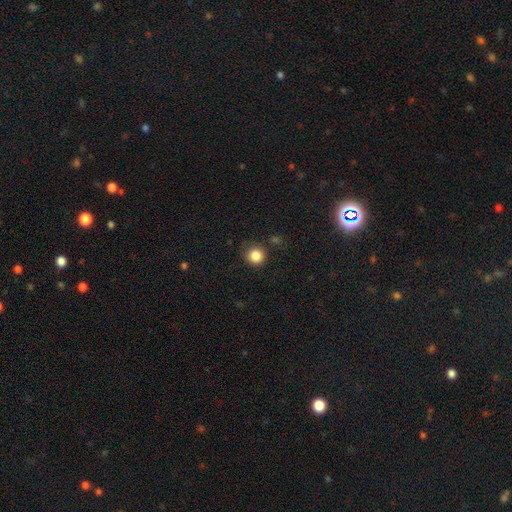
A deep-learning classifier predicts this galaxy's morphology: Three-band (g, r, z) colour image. It shows a smooth galaxy with no disk features (86%) that is round (90%). Merging: none (78%).